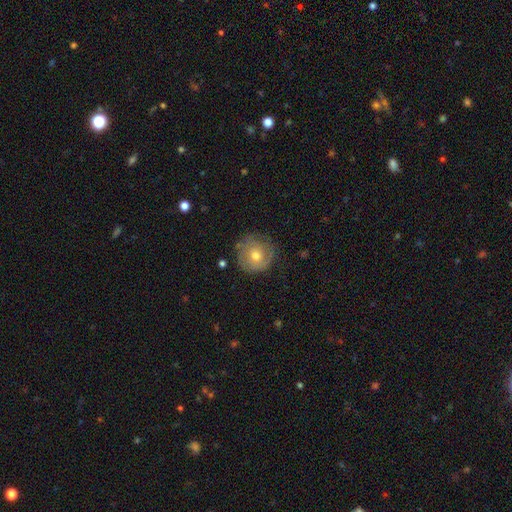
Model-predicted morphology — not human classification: Overall: smooth (47%; featured or disk 44%). Merging: none (74%).